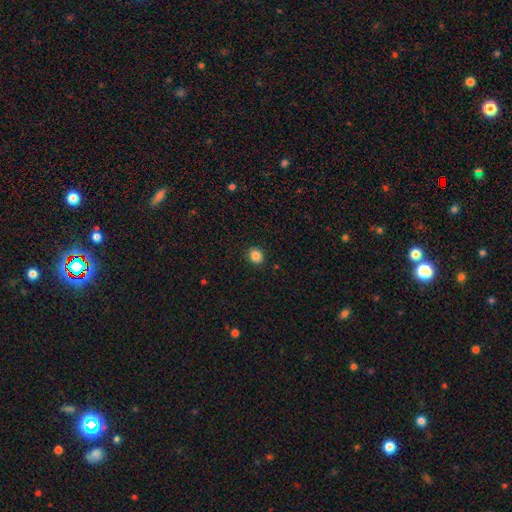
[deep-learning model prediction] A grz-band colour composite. It shows a smooth galaxy with no disk features (85%) that is round (70%). Merging: none (90%).